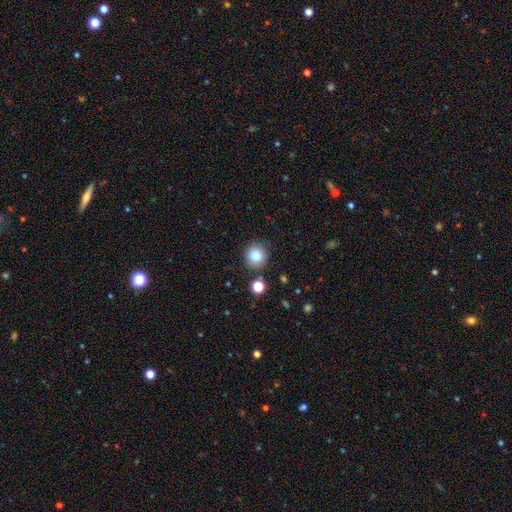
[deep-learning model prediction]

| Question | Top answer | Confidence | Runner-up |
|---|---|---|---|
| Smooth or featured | smooth | 83% | star or artifact (11%) |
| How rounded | round | 89% | in between (10%) |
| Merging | none | 84% | minor disturbance (9%) |